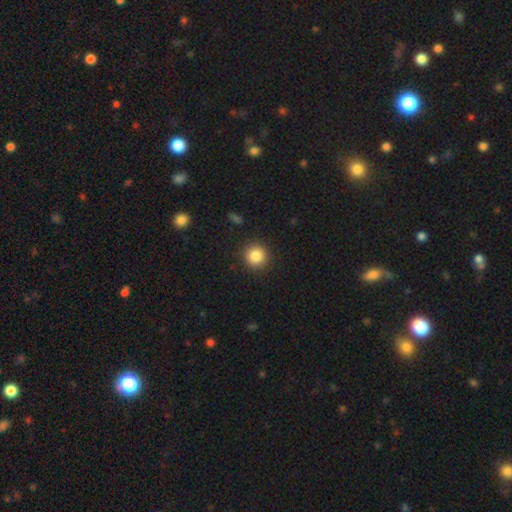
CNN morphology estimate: type=smooth (86%); roundness=round (94%); merging=none (90%).